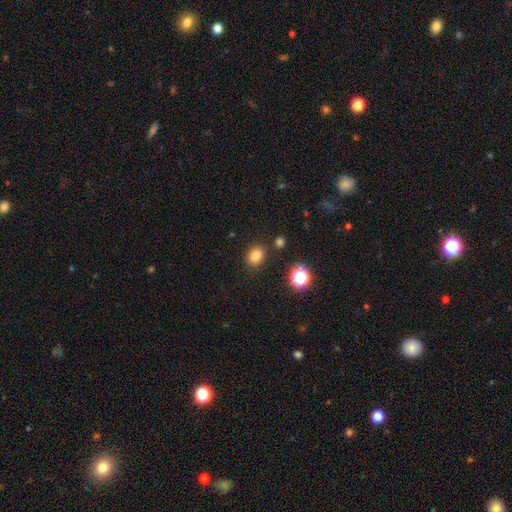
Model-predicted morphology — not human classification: smooth_or_featured: smooth (p=0.81) [alt: star or artifact p=0.14]
how_rounded: in between (p=0.65) [alt: round p=0.33]
merging: none (p=0.81) [alt: minor disturbance p=0.11]